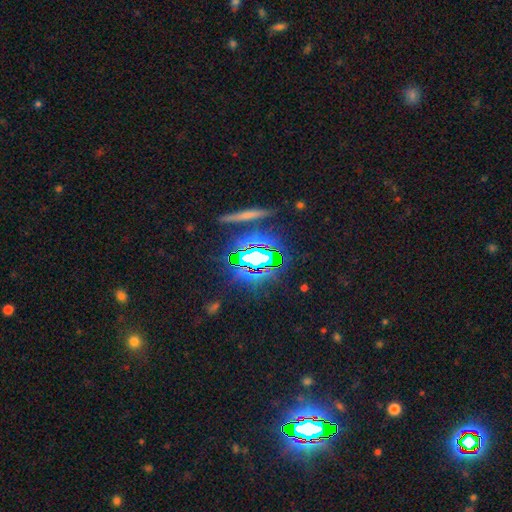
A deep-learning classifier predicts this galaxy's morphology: Smooth or featured?
  - star or artifact: 62% *
  - smooth: 21%
  - featured or disk: 18%